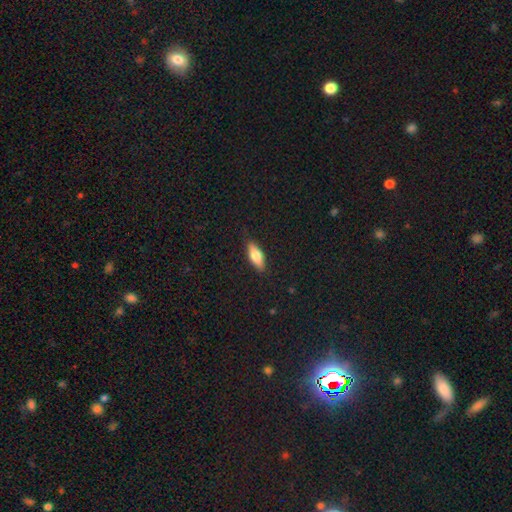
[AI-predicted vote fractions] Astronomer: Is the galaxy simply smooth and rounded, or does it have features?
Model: smooth — 69%.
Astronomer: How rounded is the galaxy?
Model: in between — 65%.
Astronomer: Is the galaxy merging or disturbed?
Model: none — 85%.